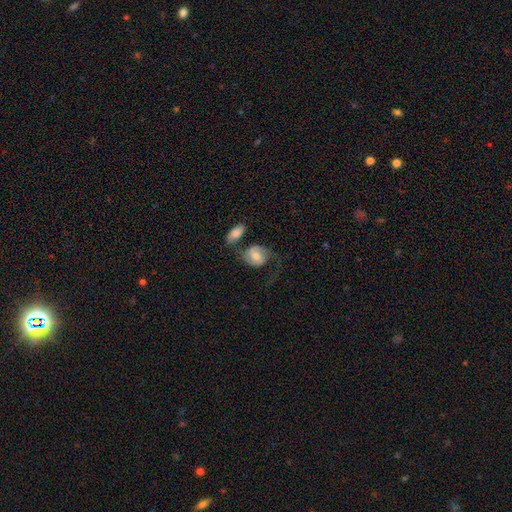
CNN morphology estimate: smooth_or_featured: featured or disk (p=0.53) [alt: smooth p=0.41]
disk_edge_on: no (p=0.96) [alt: yes p=0.04]
bar: no (p=0.54) [alt: weak p=0.36]
has_spiral_arms: yes (p=0.83) [alt: no p=0.17]
bulge_size: moderate (p=0.68) [alt: small p=0.20]
merging: none (p=0.39) [alt: merger p=0.24]